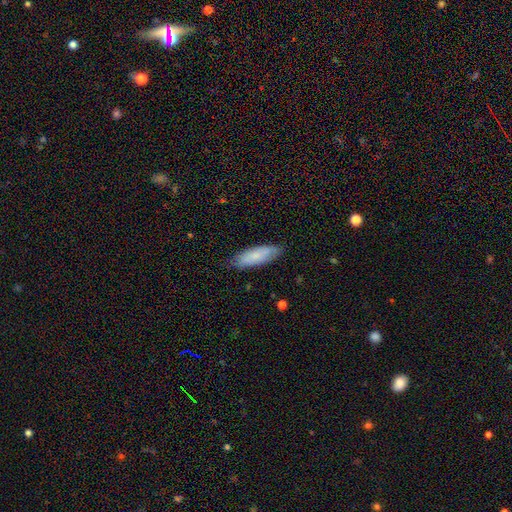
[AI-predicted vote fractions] A smooth galaxy with no disk features (73%) that is in between round and cigar-shaped (54%). Merging: none (81%).